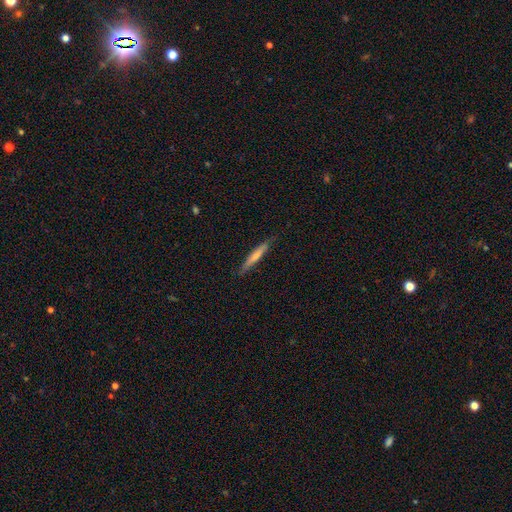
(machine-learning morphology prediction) This is possibly a smooth galaxy (59%). How rounded: clearly cigar-shaped (94%). Merging: clearly none (86%).